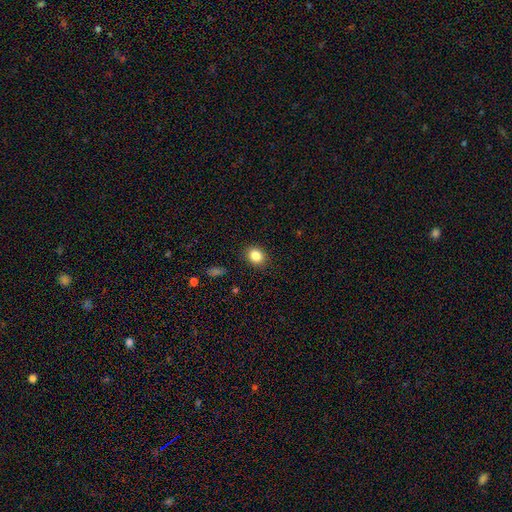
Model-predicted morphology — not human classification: This appears to be a smooth galaxy with no disk features (84%) that is round (56%). Merging: none (89%).